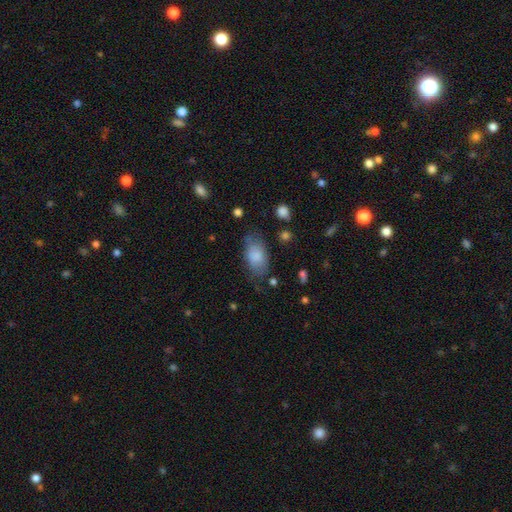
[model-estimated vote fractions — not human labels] smooth-or-featured: smooth: 79% | featured or disk: 13% | star or artifact: 7%
  how-rounded: in between: 91% | round: 6% | cigar-shaped: 3%
  merging: none: 60% | minor disturbance: 25% | major disturbance: 11% | merger: 3%